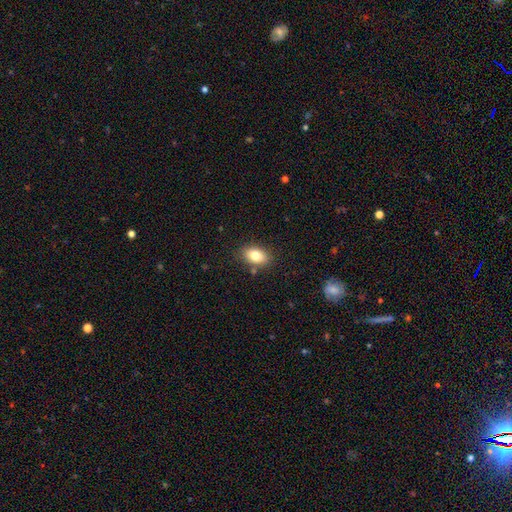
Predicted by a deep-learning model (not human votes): This appears to be a smooth galaxy with no disk features (80%) that is in between round and cigar-shaped (85%). Merging: none (83%).